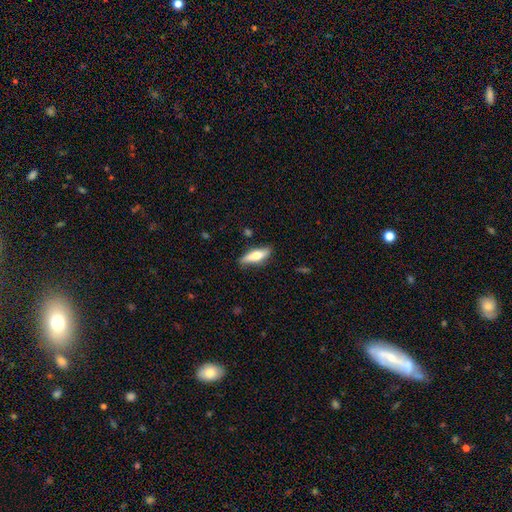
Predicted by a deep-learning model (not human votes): A smooth galaxy with no disk features (64%) that is cigar-shaped (51%).

Vote fractions:
- Smooth or featured? smooth: 64% / featured or disk: 30% / star or artifact: 6%
- How rounded? cigar-shaped: 51% / in between: 46% / round: 2%
- Merging? none: 83% / minor disturbance: 13% / major disturbance: 2% / merger: 2%